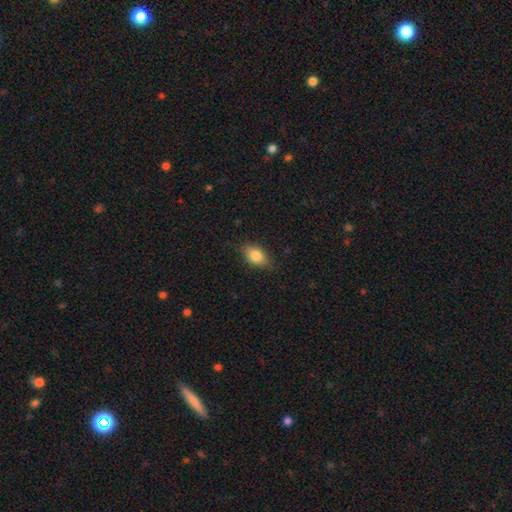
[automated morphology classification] Overall: smooth (83%). How rounded: in between (85%). Merging: none (80%).